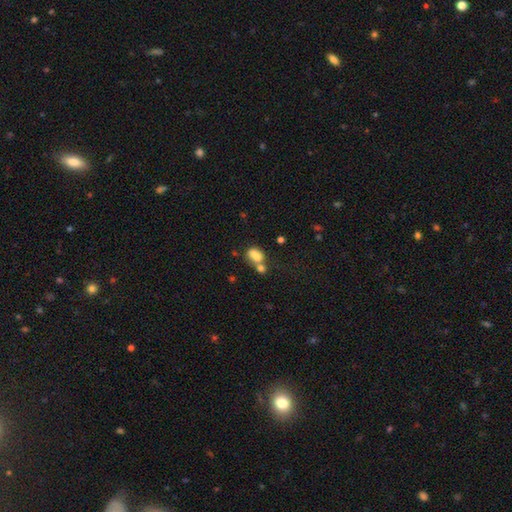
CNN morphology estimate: smooth_or_featured: smooth (p=0.72) [alt: featured or disk p=0.16]
how_rounded: in between (p=0.71) [alt: round p=0.27]
merging: merger (p=0.56) [alt: none p=0.26]